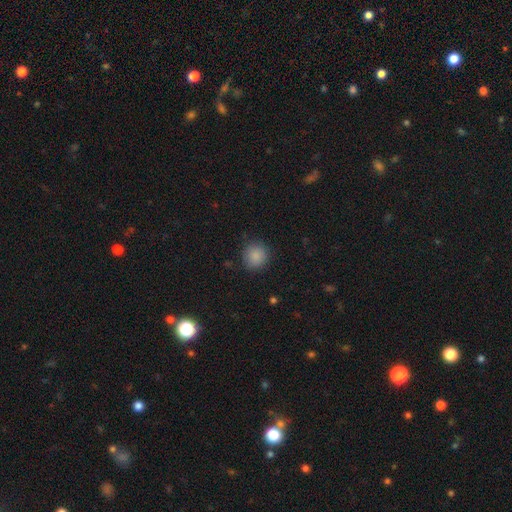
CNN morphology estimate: This is clearly a smooth galaxy (87%). How rounded: clearly round (91%). Merging: clearly none (87%).